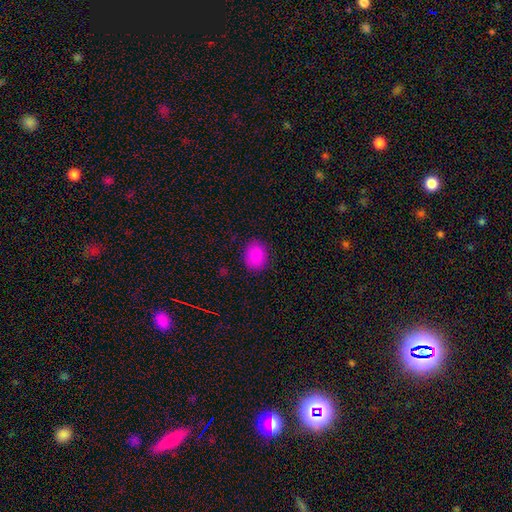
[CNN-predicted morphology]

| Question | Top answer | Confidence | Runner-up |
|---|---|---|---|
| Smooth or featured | smooth | 88% | star or artifact (9%) |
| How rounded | round | 53% | in between (46%) |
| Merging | none | 87% | minor disturbance (10%) |